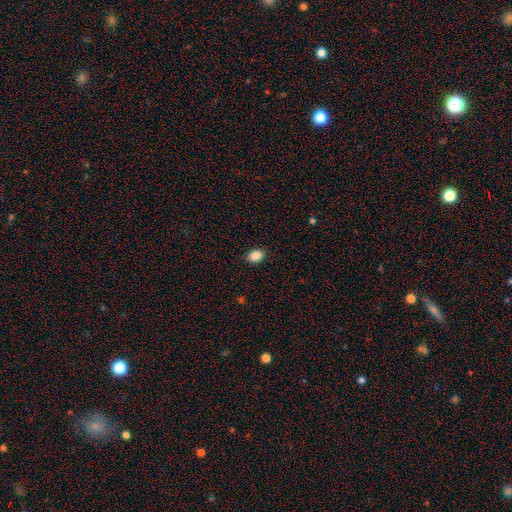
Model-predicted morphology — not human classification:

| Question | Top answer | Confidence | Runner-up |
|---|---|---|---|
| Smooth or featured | smooth | 88% | star or artifact (9%) |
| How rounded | in between | 70% | round (29%) |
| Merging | none | 87% | minor disturbance (10%) |